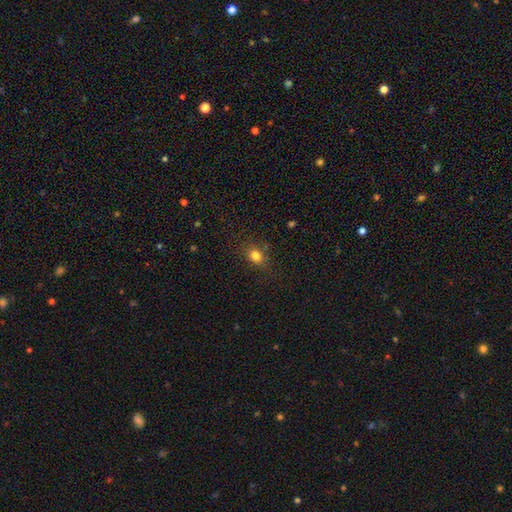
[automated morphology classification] Overall: smooth (81%). How rounded: in between (54%; round 44%). Merging: none (78%).